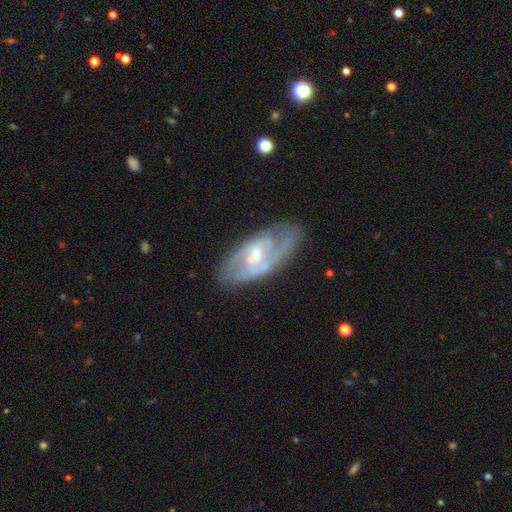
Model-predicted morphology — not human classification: This is clearly a featured or disk galaxy (82%). It is clearly not viewed edge-on (94%). Bar: possibly weak (53%). Spiral arm pattern: clearly yes (92%). Spiral arm count: likely 2 (62%). Spiral winding: possibly medium (48%). Central bulge: possibly small (60%). Merging: likely none (72%).